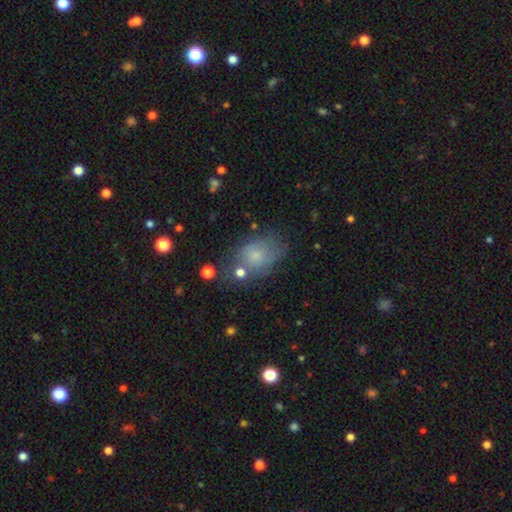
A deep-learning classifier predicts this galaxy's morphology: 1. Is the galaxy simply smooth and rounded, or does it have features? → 67% smooth, 21% featured or disk, 12% star or artifact.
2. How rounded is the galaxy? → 73% in between, 26% round, 2% cigar-shaped.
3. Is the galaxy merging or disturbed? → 51% none, 26% minor disturbance, 14% major disturbance, 8% merger.